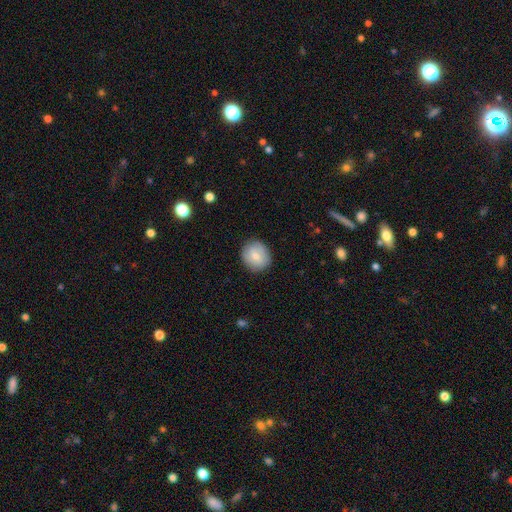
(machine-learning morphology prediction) A smooth galaxy with no disk features (75%) that is round (81%). Merging: none (87%).